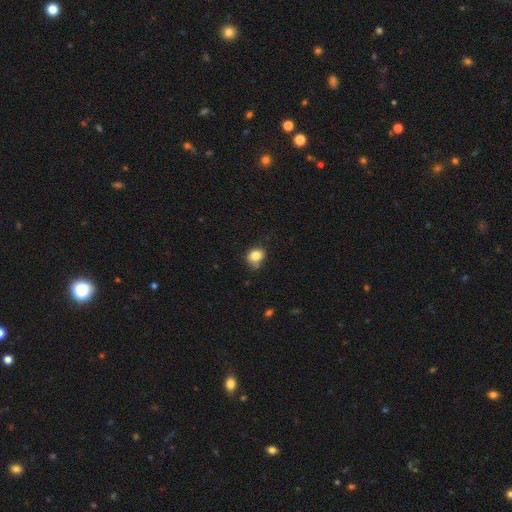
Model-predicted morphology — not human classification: The model was most divided on "how rounded": round: 56%, in between: 43%, cigar-shaped: 1%. More confident: smooth or featured — smooth (81%); merging — none (53%).